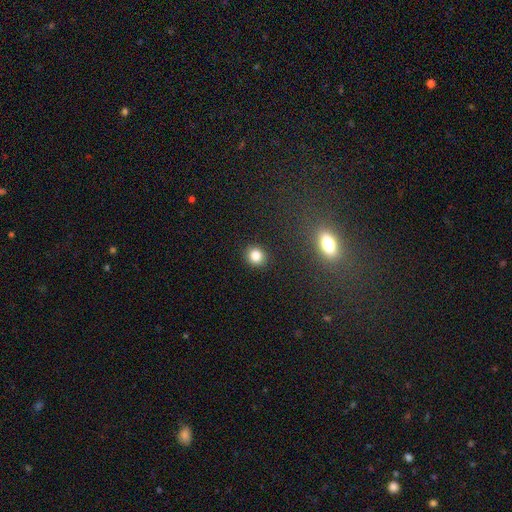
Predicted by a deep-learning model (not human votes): Smooth or featured?
  - smooth: 82% *
  - star or artifact: 12%
  - featured or disk: 6%
How rounded?
  - round: 83% *
  - in between: 16%
  - cigar-shaped: 1%
Merging?
  - none: 90% *
  - minor disturbance: 6%
  - major disturbance: 2%
  - merger: 2%